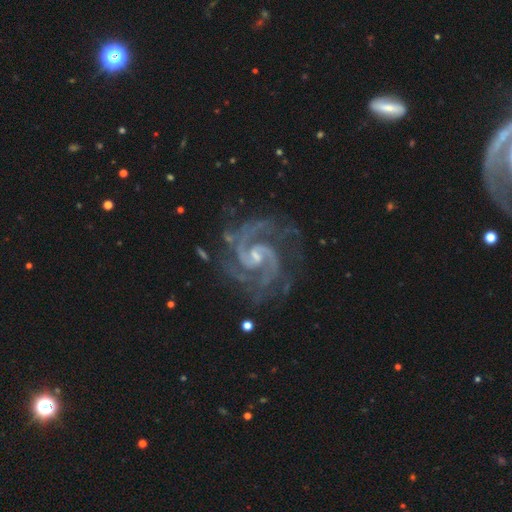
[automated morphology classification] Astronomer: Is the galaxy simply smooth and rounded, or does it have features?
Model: featured or disk — 94%.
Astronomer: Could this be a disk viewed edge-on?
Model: no — 98%.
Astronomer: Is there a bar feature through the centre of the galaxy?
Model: weak — 51% (runner-up: no, 34%).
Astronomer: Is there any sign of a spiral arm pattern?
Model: yes — 99%.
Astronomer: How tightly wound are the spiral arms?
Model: medium — 50% (runner-up: tight, 44%).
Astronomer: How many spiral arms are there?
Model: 2 — 78%.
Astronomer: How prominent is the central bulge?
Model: small — 64%.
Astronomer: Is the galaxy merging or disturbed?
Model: none — 74%.